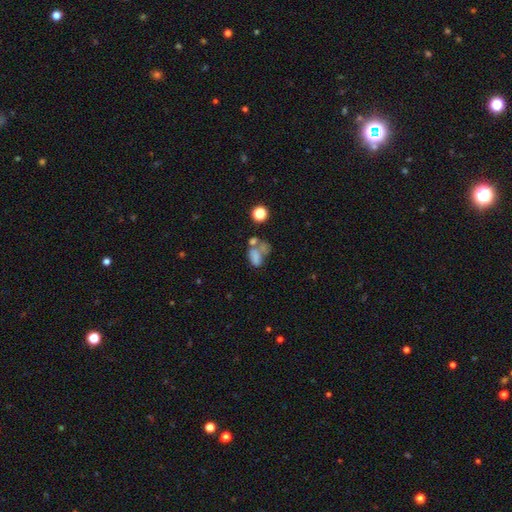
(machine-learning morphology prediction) smooth-or-featured: smooth: 62% | featured or disk: 23% | star or artifact: 15%
  how-rounded: in between: 81% | round: 17% | cigar-shaped: 2%
  merging: merger: 43% | major disturbance: 23% | none: 21% | minor disturbance: 14%